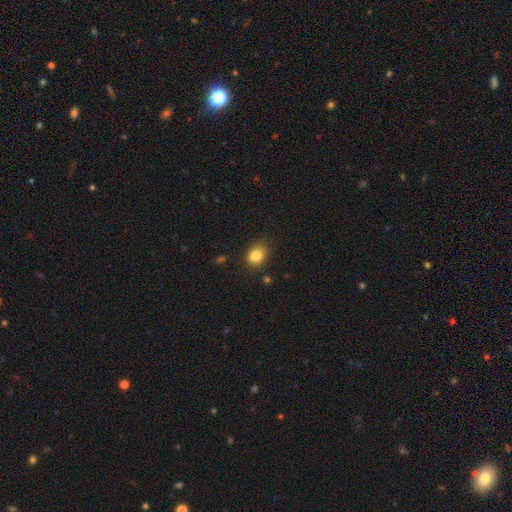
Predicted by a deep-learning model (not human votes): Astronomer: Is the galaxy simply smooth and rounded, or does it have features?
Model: smooth — 83%.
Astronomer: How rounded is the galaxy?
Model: in between — 68%.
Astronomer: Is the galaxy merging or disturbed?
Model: none — 62%.